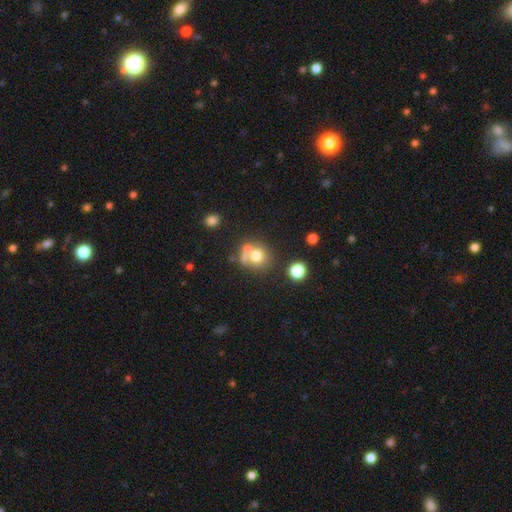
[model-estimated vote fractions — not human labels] Morphology: type=smooth (71%); roundness=round (85%); merging=none (50%).